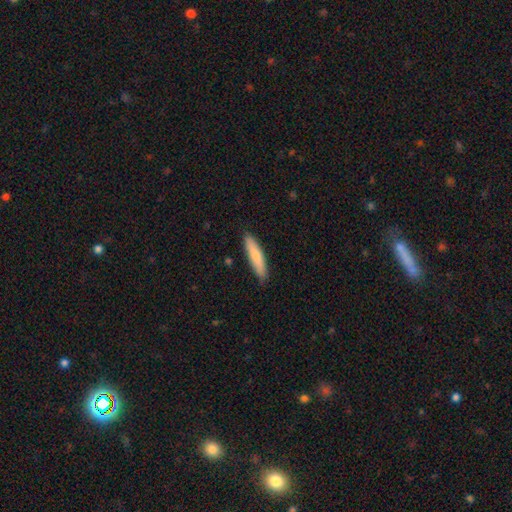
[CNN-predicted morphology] Smooth or featured?
  - smooth: 74% *
  - featured or disk: 21%
  - star or artifact: 5%
How rounded?
  - cigar-shaped: 82% *
  - in between: 17%
  - round: 1%
Merging?
  - none: 86% *
  - minor disturbance: 11%
  - major disturbance: 2%
  - merger: 1%